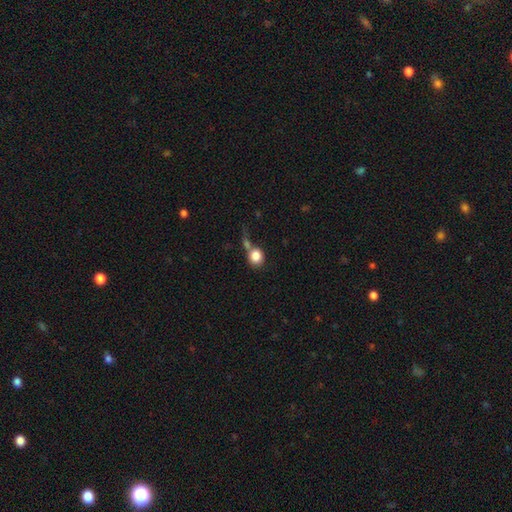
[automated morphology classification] Smooth or featured: smooth — 83% (star or artifact — 9%)
How rounded: round — 83% (in between — 16%)
Merging: none — 46% (merger — 31%)